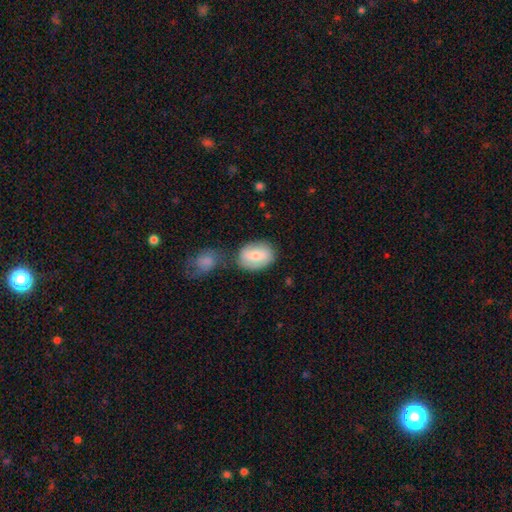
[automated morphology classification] Smooth or featured: smooth — 69% (featured or disk — 24%)
How rounded: in between — 74% (round — 25%)
Merging: none — 58% (merger — 20%)